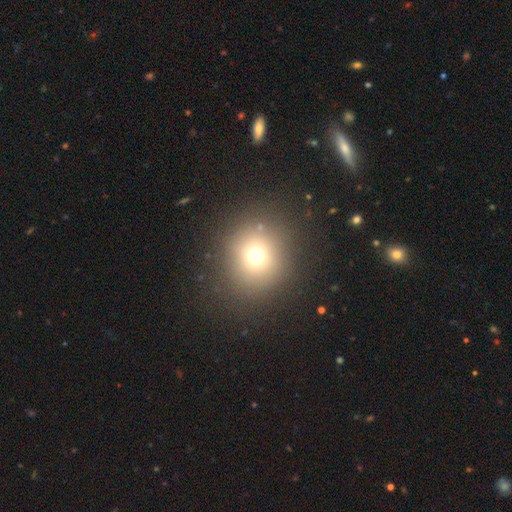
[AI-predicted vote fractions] Q: Smooth or featured?
A: smooth (69%); runner-up: star or artifact (19%)
Q: How rounded?
A: round (86%); runner-up: in between (13%)
Q: Merging?
A: none (85%); runner-up: minor disturbance (8%)